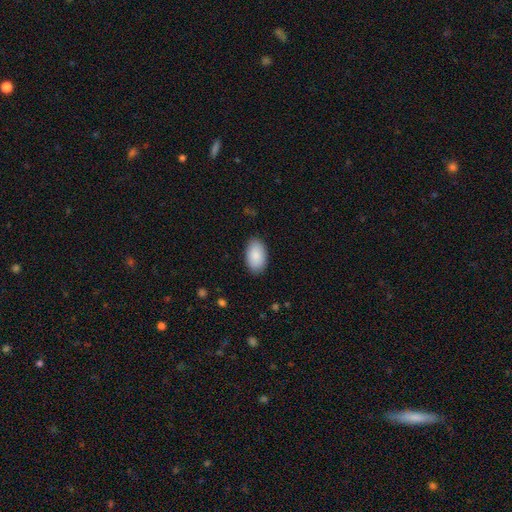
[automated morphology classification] Smooth or featured: smooth — 89% (star or artifact — 6%)
How rounded: in between — 95% (round — 4%)
Merging: none — 87% (minor disturbance — 10%)